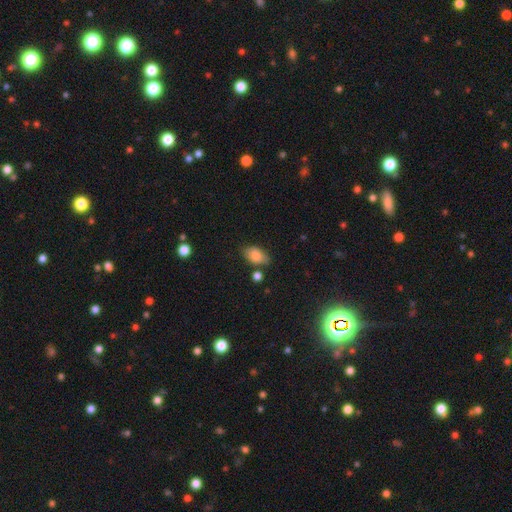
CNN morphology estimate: smooth-or-featured: smooth: 83% | featured or disk: 9% | star or artifact: 8%
  how-rounded: in between: 89% | round: 10% | cigar-shaped: 2%
  merging: none: 69% | minor disturbance: 20% | merger: 6% | major disturbance: 5%